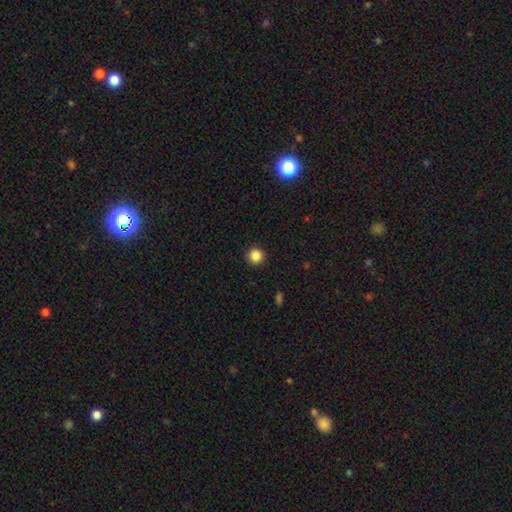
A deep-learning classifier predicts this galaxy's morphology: The model was most divided on "smooth or featured": smooth: 86%, star or artifact: 11%, featured or disk: 3%. More confident: how rounded — round (96%); merging — none (92%).